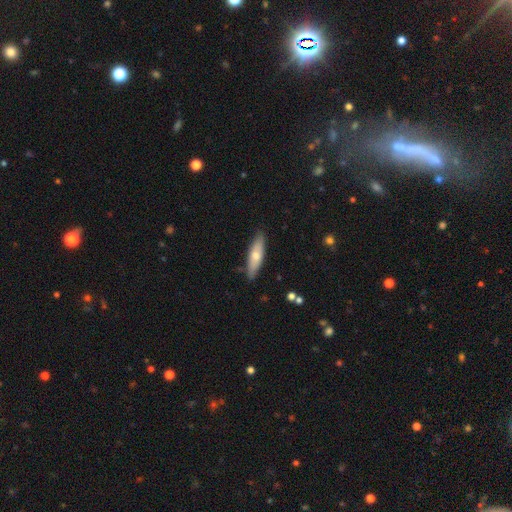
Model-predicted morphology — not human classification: Smooth or featured? smooth (63%)
How rounded? cigar-shaped (62%)
Merging? none (86%)